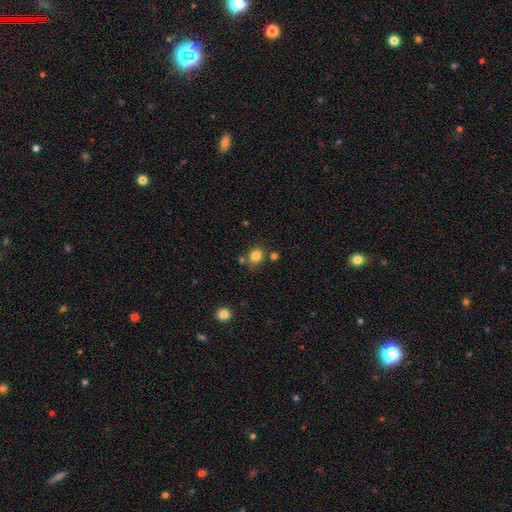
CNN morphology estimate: Overall: smooth (82%). How rounded: round (70%). Merging: none (71%).